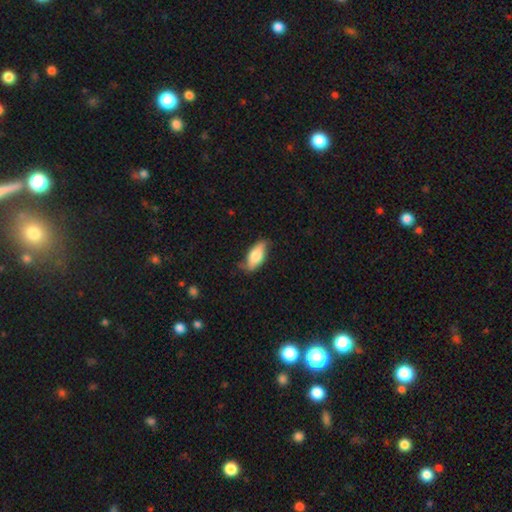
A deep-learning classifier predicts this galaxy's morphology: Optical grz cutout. It shows a smooth galaxy with no disk features (73%) that is in between round and cigar-shaped (82%). Merging: none (70%).